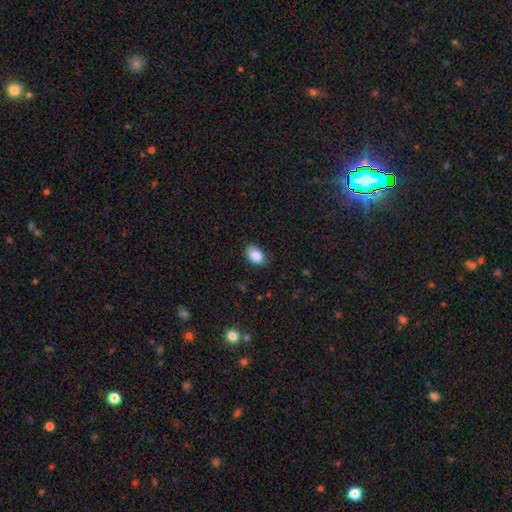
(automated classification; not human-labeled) smooth-or-featured: smooth: 87% | star or artifact: 8% | featured or disk: 5%
  how-rounded: in between: 85% | round: 13% | cigar-shaped: 1%
  merging: none: 74% | minor disturbance: 21% | major disturbance: 4% | merger: 1%